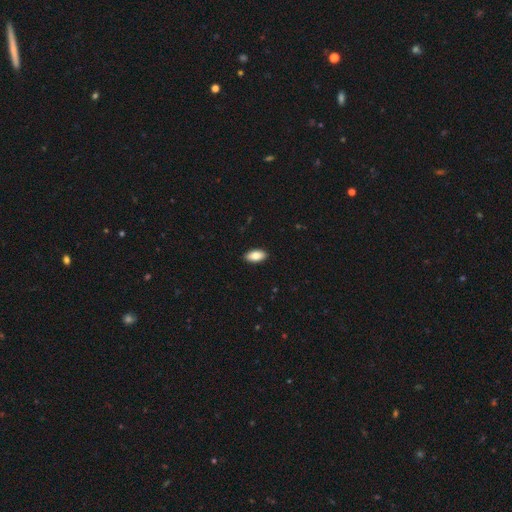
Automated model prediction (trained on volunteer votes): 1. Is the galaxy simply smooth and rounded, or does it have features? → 84% smooth, 9% featured or disk, 6% star or artifact.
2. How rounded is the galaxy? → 92% in between, 6% cigar-shaped, 3% round.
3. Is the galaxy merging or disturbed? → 90% none, 7% minor disturbance, 2% major disturbance, 1% merger.